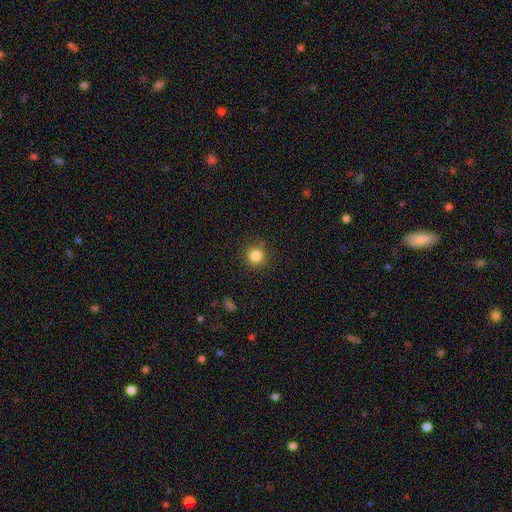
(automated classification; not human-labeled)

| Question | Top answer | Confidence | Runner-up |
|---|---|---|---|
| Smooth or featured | smooth | 84% | star or artifact (11%) |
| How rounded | round | 94% | in between (5%) |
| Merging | none | 90% | minor disturbance (7%) |